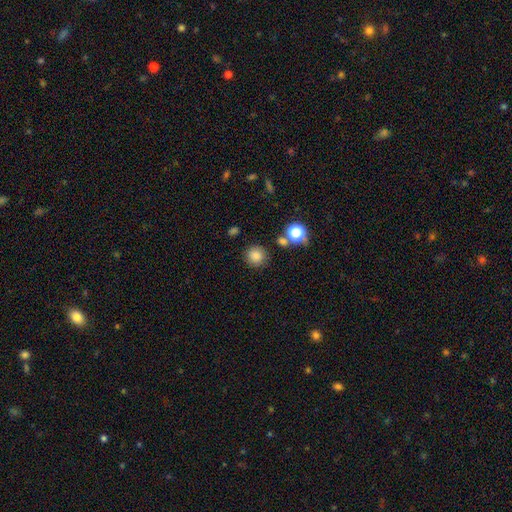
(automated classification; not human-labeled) The model was most divided on "smooth or featured": smooth: 82%, star or artifact: 13%, featured or disk: 5%. More confident: how rounded — round (93%); merging — none (83%).